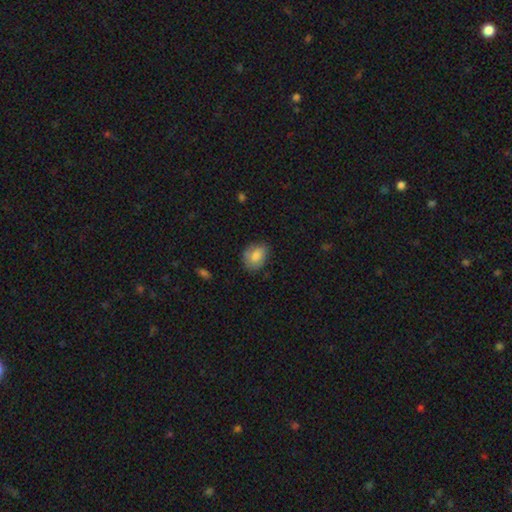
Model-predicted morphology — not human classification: Smooth or featured? Predicted: smooth (p=0.81). How rounded? Predicted: in between (p=0.65). Merging? Predicted: none (p=0.67).